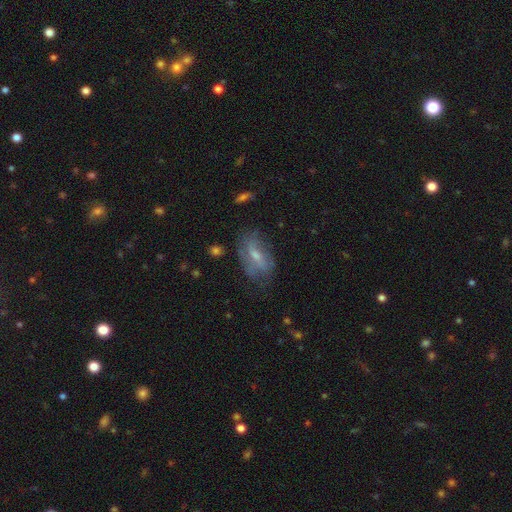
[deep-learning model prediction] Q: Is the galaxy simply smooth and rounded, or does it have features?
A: featured or disk — 51%.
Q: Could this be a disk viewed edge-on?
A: no — 85%.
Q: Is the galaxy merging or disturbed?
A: none — 61%.